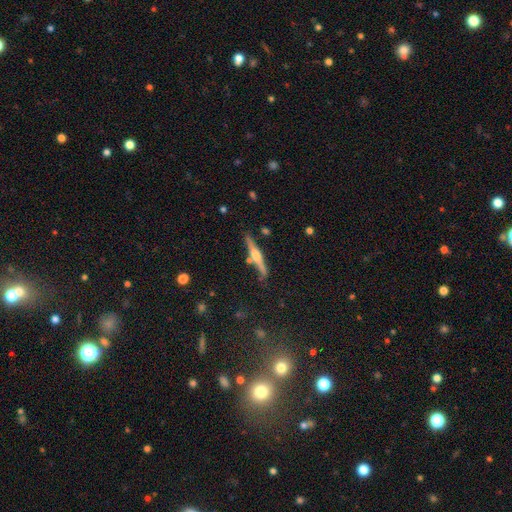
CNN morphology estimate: smooth-or-featured: featured or disk: 68% | smooth: 25% | star or artifact: 7%
  disk-edge-on: yes: 97% | no: 3%
    edge-on-bulge: rounded: 85% | boxy: 9% | none: 6%
  merging: none: 81% | minor disturbance: 11% | merger: 6% | major disturbance: 2%